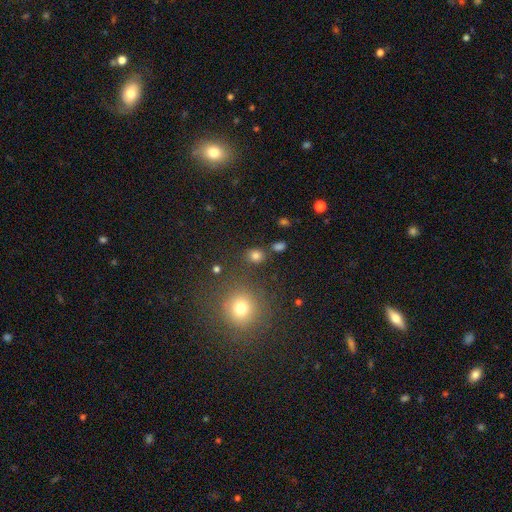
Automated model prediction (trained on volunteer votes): A smooth galaxy with no disk features (79%) that is round (69%). Merging: none (82%).